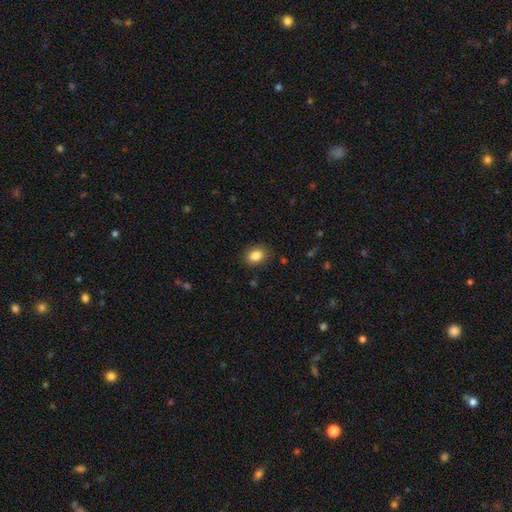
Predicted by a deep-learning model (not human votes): Smooth or featured? smooth (86%)
How rounded? in between (63%)
Merging? none (86%)